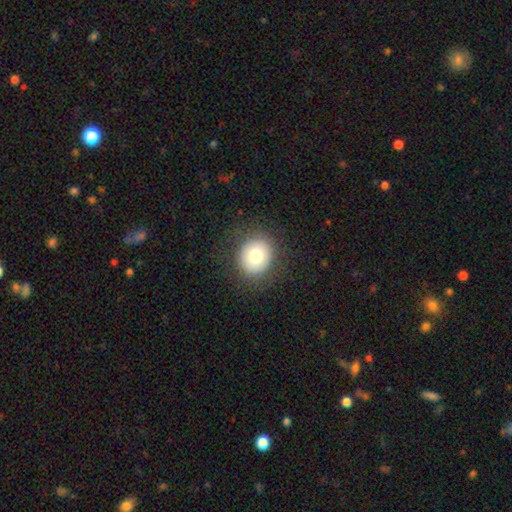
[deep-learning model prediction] smooth 75%, featured or disk 15%, star or artifact 10%. Down the decision tree: how rounded — round (80%); merging — none (87%).